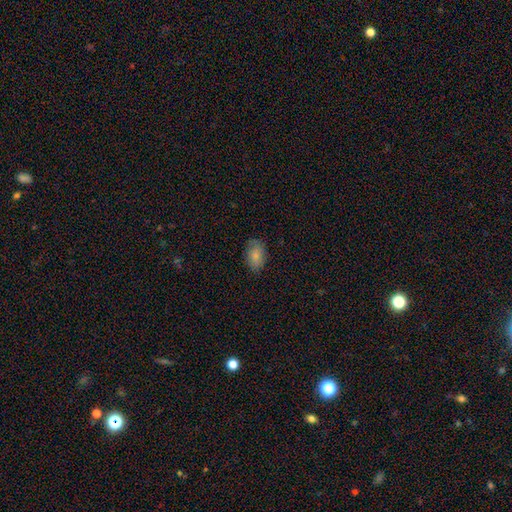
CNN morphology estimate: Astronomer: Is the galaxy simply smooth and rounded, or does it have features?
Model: smooth — 80%.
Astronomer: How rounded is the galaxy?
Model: in between — 89%.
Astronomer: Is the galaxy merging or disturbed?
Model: none — 78%.